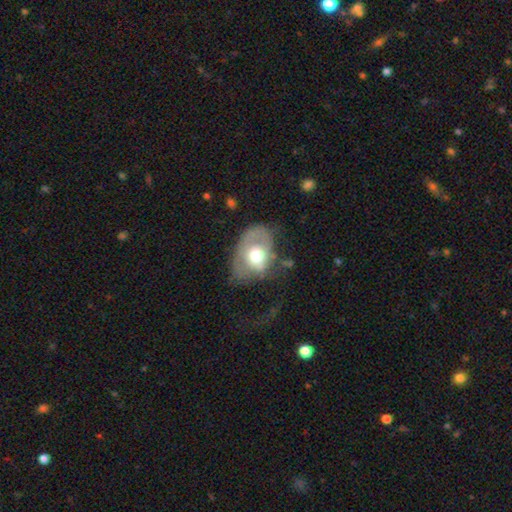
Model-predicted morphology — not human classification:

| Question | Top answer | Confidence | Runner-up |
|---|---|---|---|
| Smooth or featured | smooth | 49% | featured or disk (43%) |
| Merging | none | 34% | major disturbance (33%) |